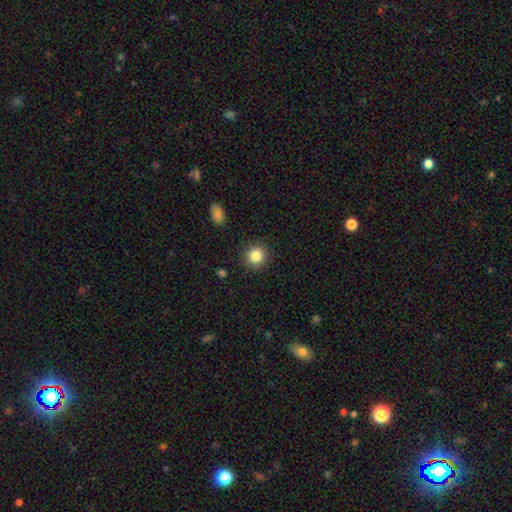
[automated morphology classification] Q: Smooth or featured?
A: smooth (84%); runner-up: star or artifact (10%)
Q: How rounded?
A: round (91%); runner-up: in between (8%)
Q: Merging?
A: none (90%); runner-up: minor disturbance (6%)